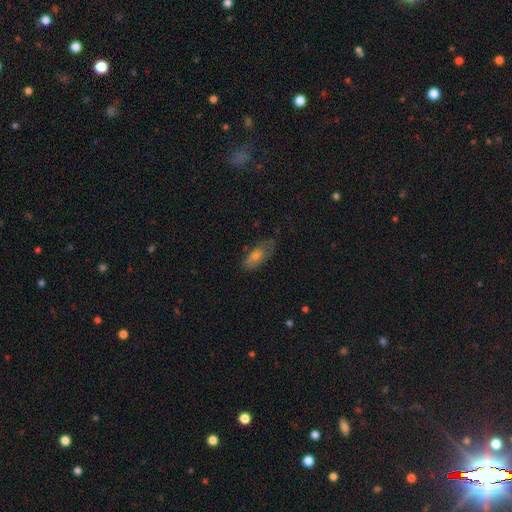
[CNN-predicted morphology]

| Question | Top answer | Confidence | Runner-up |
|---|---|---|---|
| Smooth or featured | smooth | 55% | featured or disk (33%) |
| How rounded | in between | 81% | cigar-shaped (15%) |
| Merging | none | 64% | minor disturbance (25%) |